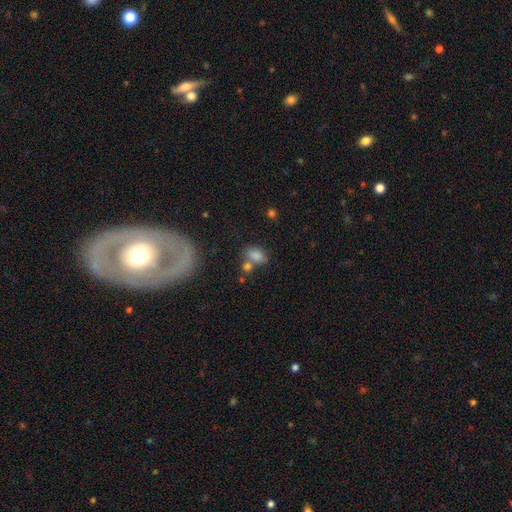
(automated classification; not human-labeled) This is clearly a smooth galaxy (80%). How rounded: clearly in between (84%). Merging: possibly none (51%).